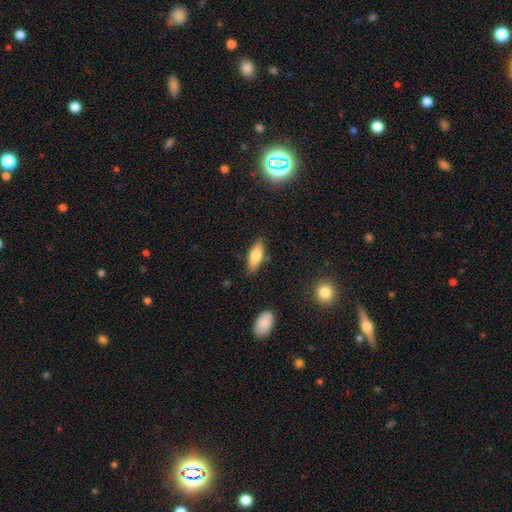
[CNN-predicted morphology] A smooth galaxy with no disk features (76%) that is in between round and cigar-shaped (65%). Merging: none (82%).